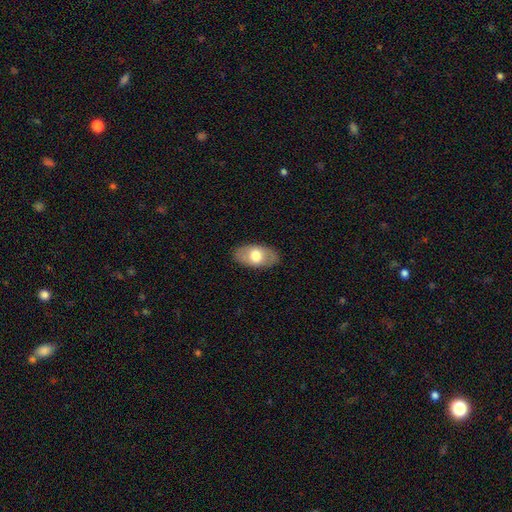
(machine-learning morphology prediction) Smooth or featured? smooth (61%)
How rounded? in between (93%)
Merging? none (86%)